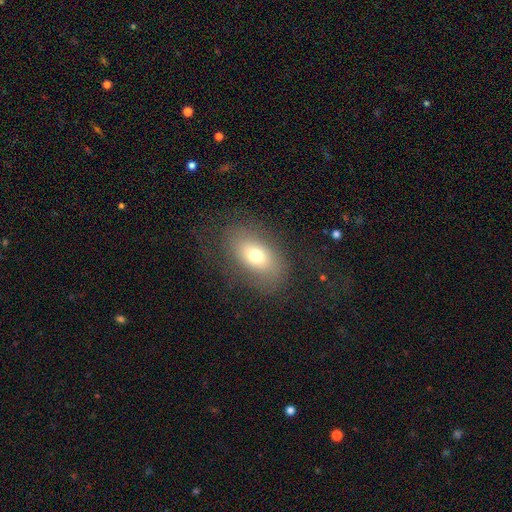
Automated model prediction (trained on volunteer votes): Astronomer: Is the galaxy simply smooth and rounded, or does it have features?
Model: smooth — 68%.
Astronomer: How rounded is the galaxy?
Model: in between — 87%.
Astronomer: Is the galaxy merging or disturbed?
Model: none — 70%.